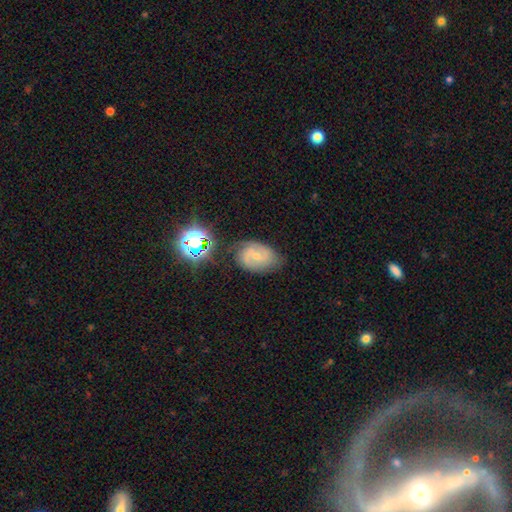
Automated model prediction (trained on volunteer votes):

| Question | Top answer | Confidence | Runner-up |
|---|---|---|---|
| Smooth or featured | featured or disk | 64% | smooth (23%) |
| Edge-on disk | no | 97% | yes (3%) |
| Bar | no | 51% | weak (40%) |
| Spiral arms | yes | 90% | no (10%) |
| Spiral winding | medium | 46% | tight (38%) |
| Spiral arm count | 2 | 72% | can't tell (16%) |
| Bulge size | small | 68% | moderate (27%) |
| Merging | none | 67% | minor disturbance (23%) |